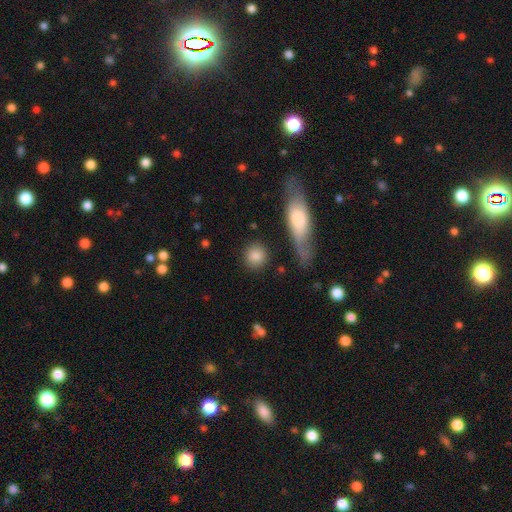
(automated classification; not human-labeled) Smooth or featured: smooth — 85% (featured or disk — 8%)
How rounded: round — 85% (in between — 11%)
Merging: none — 82% (minor disturbance — 9%)